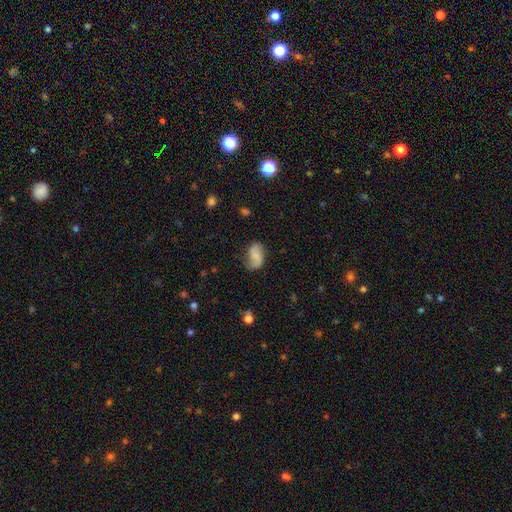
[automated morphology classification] This is possibly a smooth galaxy (50%). Merging: possibly none (56%).